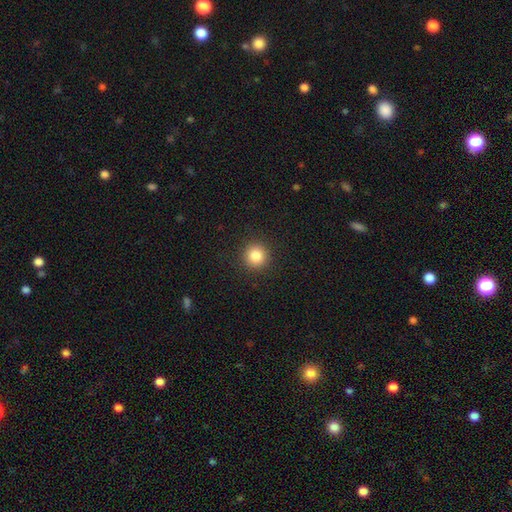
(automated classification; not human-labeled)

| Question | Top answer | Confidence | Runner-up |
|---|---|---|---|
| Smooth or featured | smooth | 84% | star or artifact (11%) |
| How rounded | round | 94% | in between (5%) |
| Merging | none | 92% | minor disturbance (5%) |